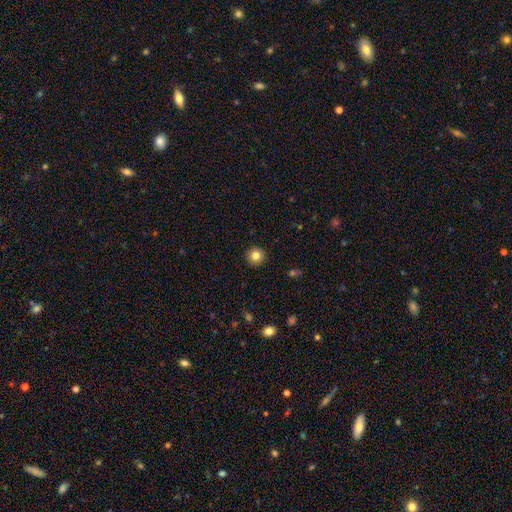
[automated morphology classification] smooth 82%, star or artifact 11%, featured or disk 7%. Down the decision tree: how rounded — round (95%); merging — none (93%).